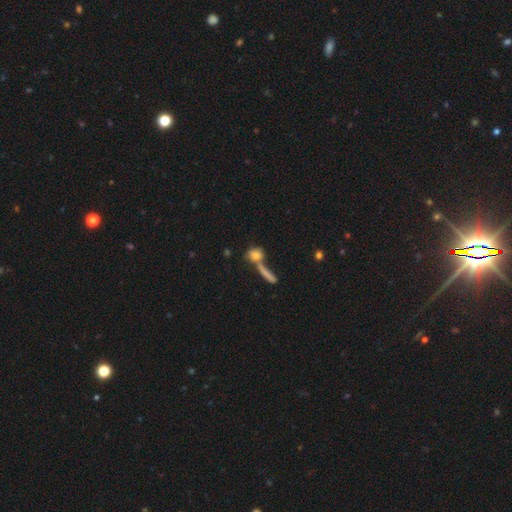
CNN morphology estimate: Smooth or featured?
  - smooth: 72% *
  - featured or disk: 18%
  - star or artifact: 11%
How rounded?
  - round: 40% *
  - in between: 36%
  - cigar-shaped: 24%
Merging?
  - merger: 41% *
  - none: 40%
  - minor disturbance: 10%
  - major disturbance: 9%